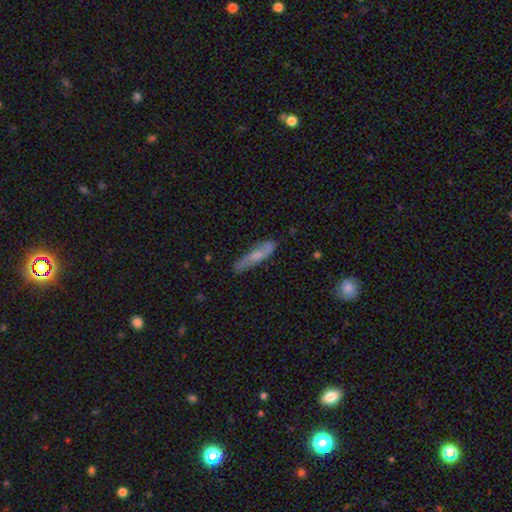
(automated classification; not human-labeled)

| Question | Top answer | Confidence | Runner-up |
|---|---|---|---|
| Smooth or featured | featured or disk | 47% | smooth (46%) |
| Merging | none | 76% | minor disturbance (18%) |